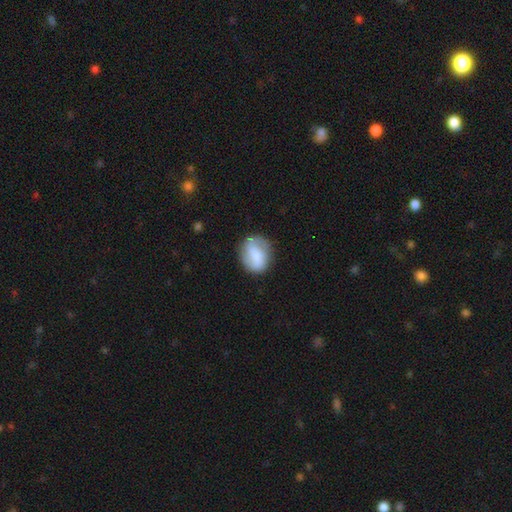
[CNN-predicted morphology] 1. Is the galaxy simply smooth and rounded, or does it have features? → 60% smooth, 33% featured or disk, 7% star or artifact.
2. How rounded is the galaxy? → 56% round, 42% in between, 2% cigar-shaped.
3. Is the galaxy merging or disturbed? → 69% none, 21% minor disturbance, 8% major disturbance, 2% merger.